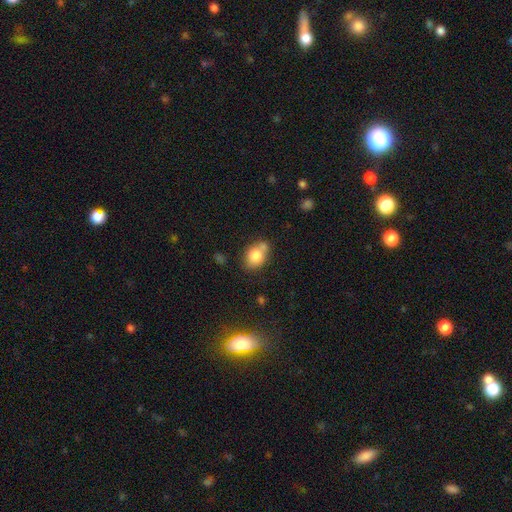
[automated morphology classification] This is likely a smooth galaxy (78%). How rounded: possibly in between (57%). Merging: possibly none (53%).